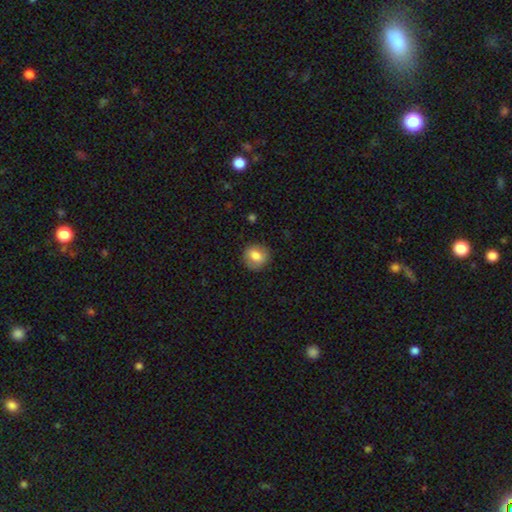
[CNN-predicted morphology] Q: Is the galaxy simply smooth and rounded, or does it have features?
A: smooth — 75%.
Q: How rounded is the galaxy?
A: round — 79%.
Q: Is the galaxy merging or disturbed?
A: none — 85%.